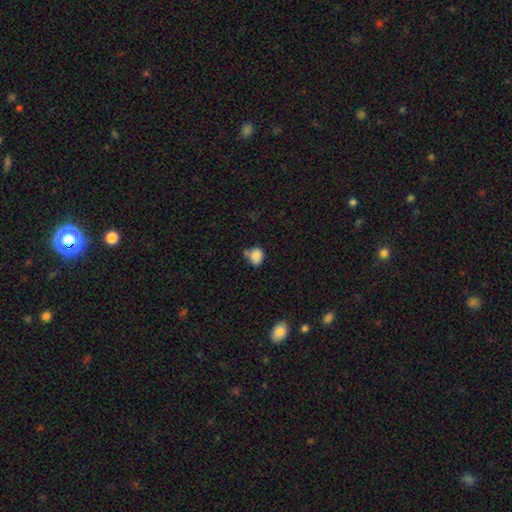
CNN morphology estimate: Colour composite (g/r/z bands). It shows a smooth galaxy with no disk features (84%) that is round (54%). Merging: none (45%).